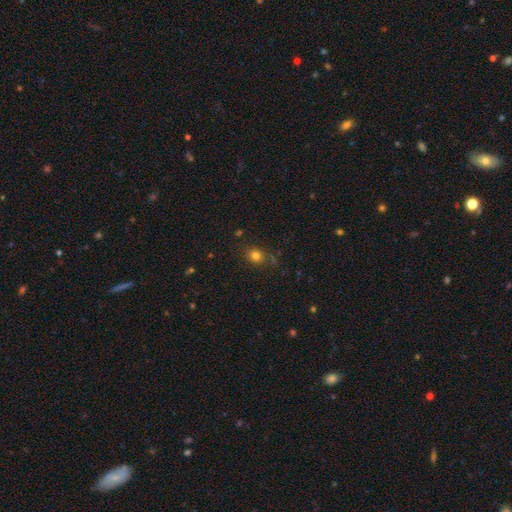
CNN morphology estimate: The model was most divided on "how rounded": round: 71%, in between: 28%, cigar-shaped: 1%. More confident: merging — none (79%); smooth or featured — smooth (78%).